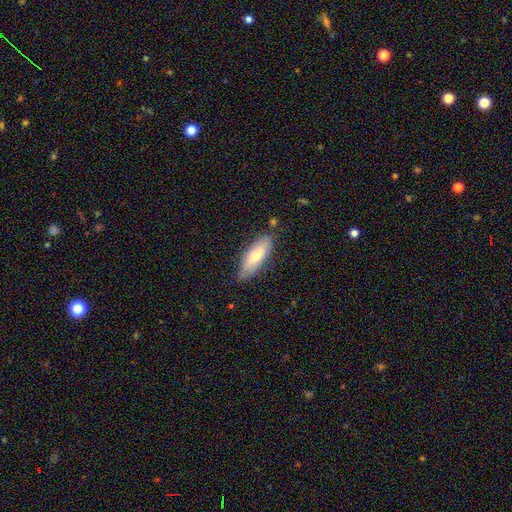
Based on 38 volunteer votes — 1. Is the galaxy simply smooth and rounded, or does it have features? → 63% smooth, 37% featured or disk, 0% star or artifact.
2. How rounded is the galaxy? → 50% in between (tied), 50% cigar-shaped (tied), 0% round.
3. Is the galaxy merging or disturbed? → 87% none, 11% minor disturbance, 3% merger, 0% major disturbance.